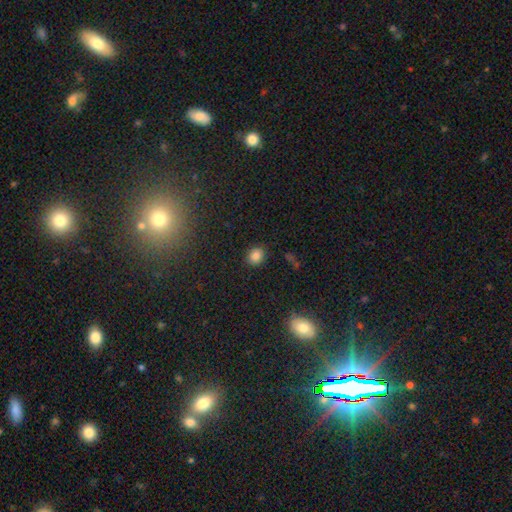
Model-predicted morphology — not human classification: Smooth or featured: smooth — 83% (star or artifact — 12%)
How rounded: round — 65% (in between — 34%)
Merging: none — 86% (minor disturbance — 9%)